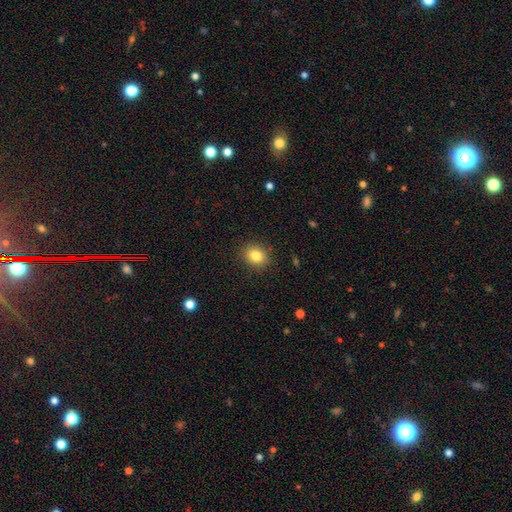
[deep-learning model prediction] Q: Smooth or featured?
A: smooth (83%); runner-up: star or artifact (10%)
Q: How rounded?
A: round (64%); runner-up: in between (36%)
Q: Merging?
A: none (89%); runner-up: minor disturbance (8%)